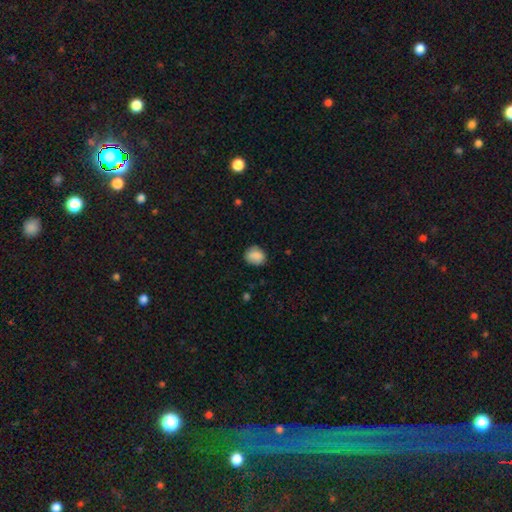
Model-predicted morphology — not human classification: smooth_or_featured: smooth (p=0.86) [alt: star or artifact p=0.08]
how_rounded: round (p=0.64) [alt: in between p=0.35]
merging: none (p=0.77) [alt: minor disturbance p=0.18]